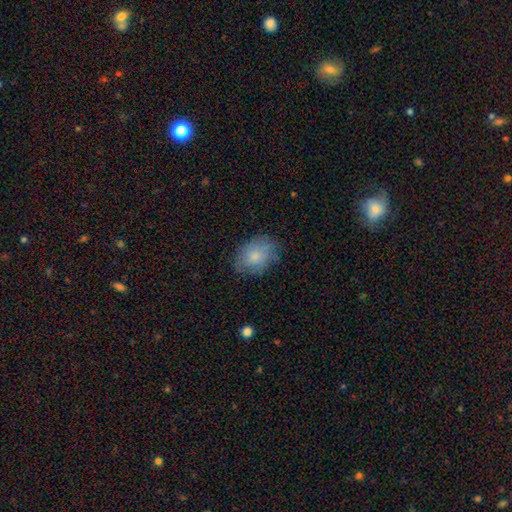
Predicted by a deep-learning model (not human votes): The model was most divided on "how rounded": in between: 71%, round: 28%, cigar-shaped: 1%. More confident: smooth or featured — smooth (76%); merging — none (70%).